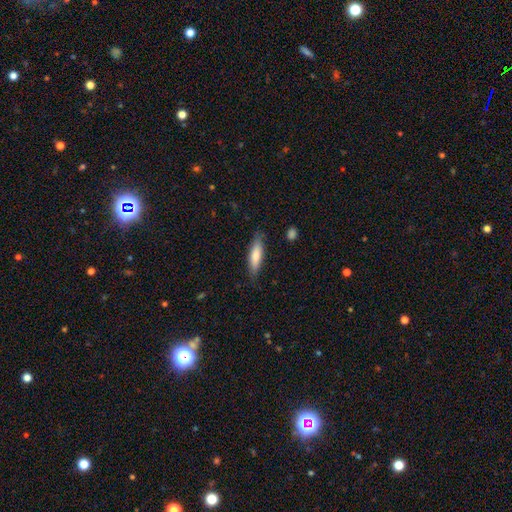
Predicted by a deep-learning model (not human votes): Smooth or featured: smooth — 78% (featured or disk — 17%)
How rounded: cigar-shaped — 64% (in between — 35%)
Merging: none — 80% (minor disturbance — 15%)